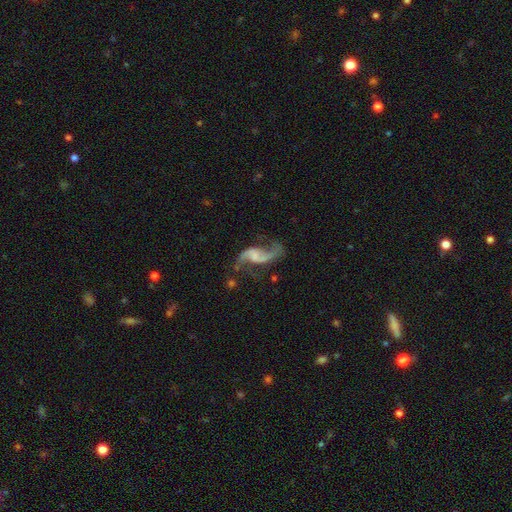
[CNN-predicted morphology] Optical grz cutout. It shows a featured or disk galaxy (88%) with no bar (48%), 2 (93%) loose (83%) spiral arms (96%) and no central bulge (54%). Merging: none (64%).